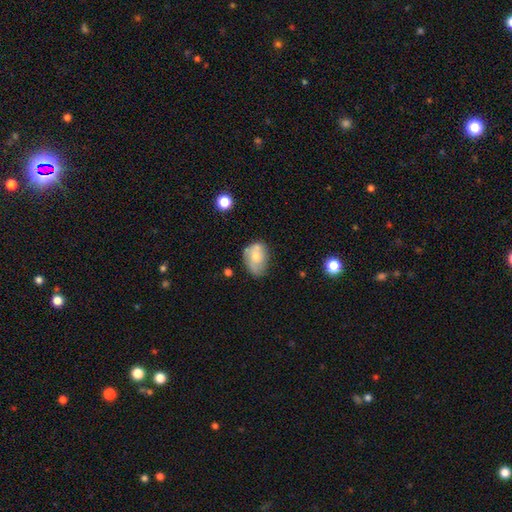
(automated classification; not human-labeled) smooth_or_featured: smooth (p=0.58) [alt: featured or disk p=0.33]
how_rounded: in between (p=0.74) [alt: round p=0.25]
merging: none (p=0.45) [alt: minor disturbance p=0.33]